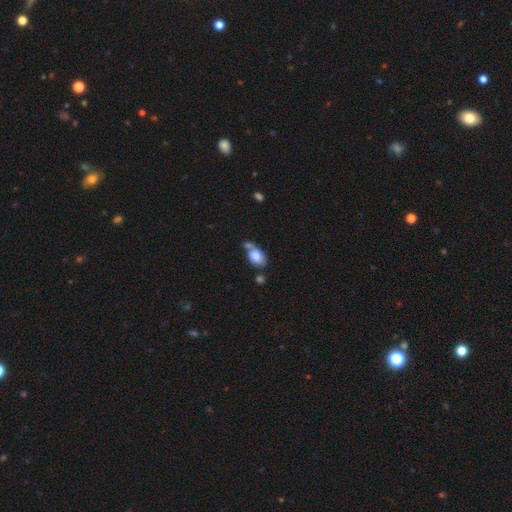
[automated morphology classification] The model was most divided on "merging": merger: 39%, none: 36%, minor disturbance: 17%, major disturbance: 8%. More confident: how rounded — in between (84%); smooth or featured — smooth (81%).